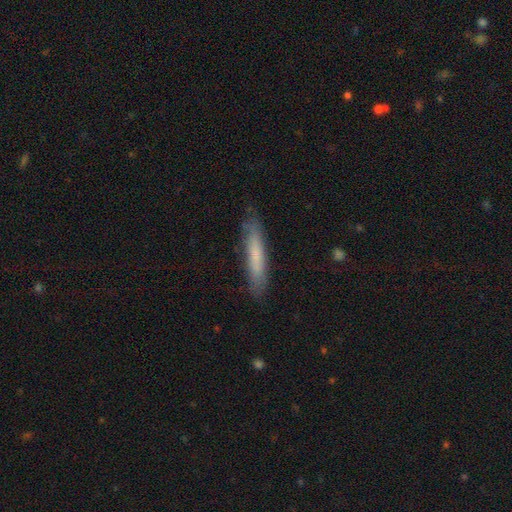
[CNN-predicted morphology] The model was most divided on "smooth or featured": smooth: 68%, featured or disk: 26%, star or artifact: 6%. More confident: how rounded — cigar-shaped (90%); merging — none (83%).